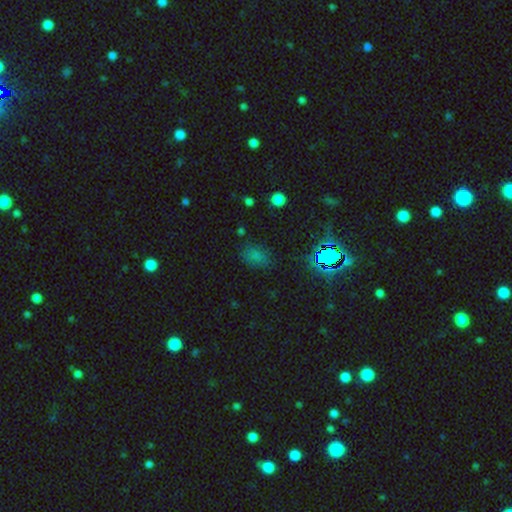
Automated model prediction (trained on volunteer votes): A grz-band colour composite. It shows a smooth galaxy with no disk features (63%) that is in between round and cigar-shaped (71%). Merging: none (71%).